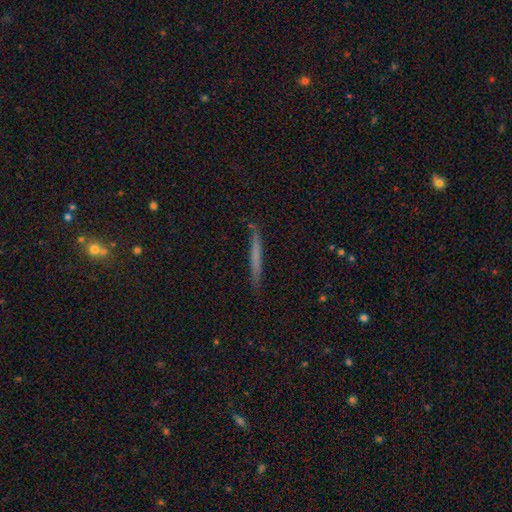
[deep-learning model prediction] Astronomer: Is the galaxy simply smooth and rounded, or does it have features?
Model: smooth — 55% (runner-up: featured or disk, 38%).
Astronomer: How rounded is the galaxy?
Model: cigar-shaped — 96%.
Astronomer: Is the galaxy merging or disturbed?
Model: none — 86%.